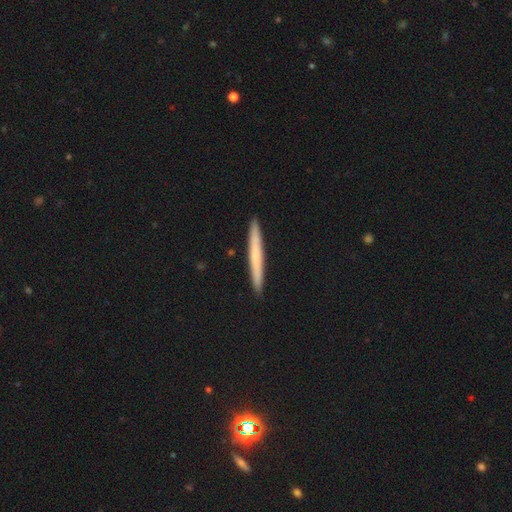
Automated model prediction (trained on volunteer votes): Q: Smooth or featured?
A: smooth (61%); runner-up: featured or disk (33%)
Q: How rounded?
A: cigar-shaped (97%); runner-up: in between (2%)
Q: Merging?
A: none (93%); runner-up: minor disturbance (5%)